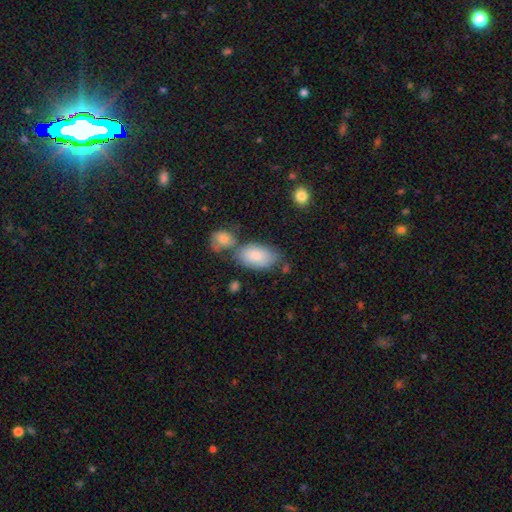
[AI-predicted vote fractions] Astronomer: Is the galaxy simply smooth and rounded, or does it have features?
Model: smooth — 83%.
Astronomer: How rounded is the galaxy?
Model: in between — 94%.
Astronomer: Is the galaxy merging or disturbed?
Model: none — 50% (runner-up: merger, 25%).